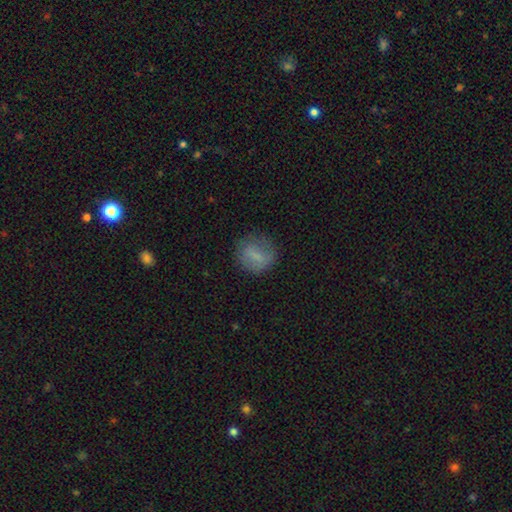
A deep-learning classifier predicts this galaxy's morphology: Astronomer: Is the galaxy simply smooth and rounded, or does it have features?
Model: smooth — 68%.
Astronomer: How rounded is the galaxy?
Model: round — 72%.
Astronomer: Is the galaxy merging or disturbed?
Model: none — 74%.